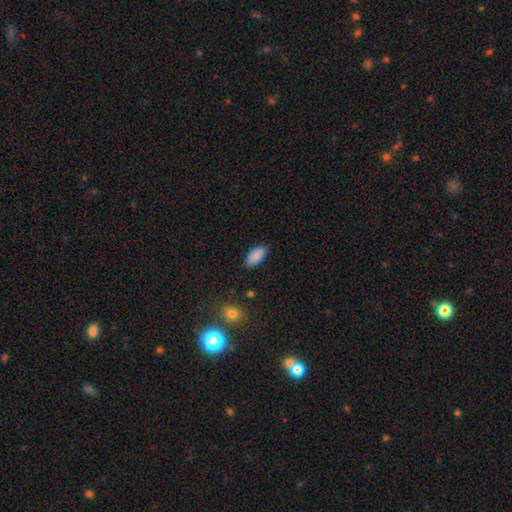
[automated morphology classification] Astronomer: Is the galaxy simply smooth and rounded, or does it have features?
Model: smooth — 88%.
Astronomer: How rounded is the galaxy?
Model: in between — 90%.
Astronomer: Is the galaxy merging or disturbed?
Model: none — 81%.